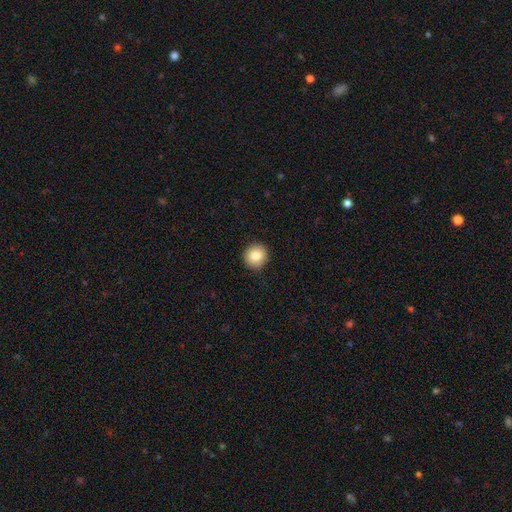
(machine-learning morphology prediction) A smooth galaxy with no disk features (84%) that is round (92%). Merging: none (91%).